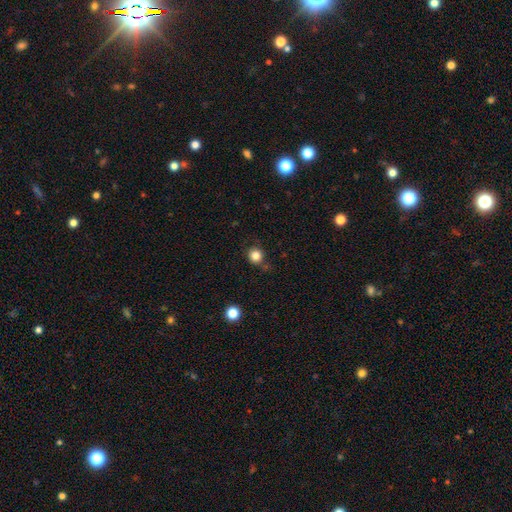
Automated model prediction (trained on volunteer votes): Smooth or featured?
  - smooth: 82% *
  - star or artifact: 12%
  - featured or disk: 5%
How rounded?
  - round: 91% *
  - in between: 9%
  - cigar-shaped: 1%
Merging?
  - none: 80% *
  - minor disturbance: 13%
  - merger: 4%
  - major disturbance: 3%